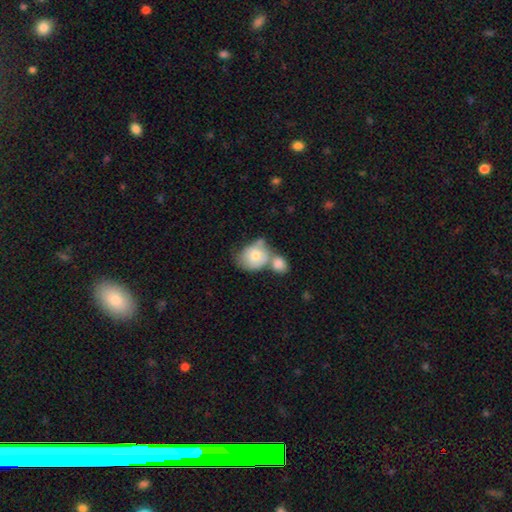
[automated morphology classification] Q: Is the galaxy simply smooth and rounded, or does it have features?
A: smooth — 73%.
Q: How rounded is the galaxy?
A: round — 60%.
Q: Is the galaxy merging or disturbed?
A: merger — 57%.